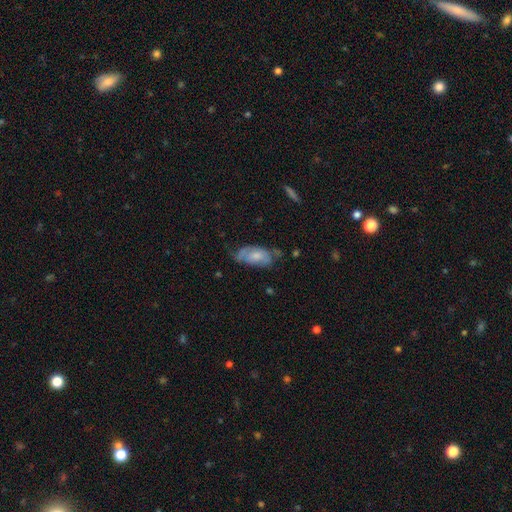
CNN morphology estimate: smooth-or-featured: smooth: 51% | featured or disk: 42% | star or artifact: 7%
  how-rounded: in between: 89% | cigar-shaped: 8% | round: 3%
  merging: none: 47% | minor disturbance: 35% | major disturbance: 15% | merger: 3%